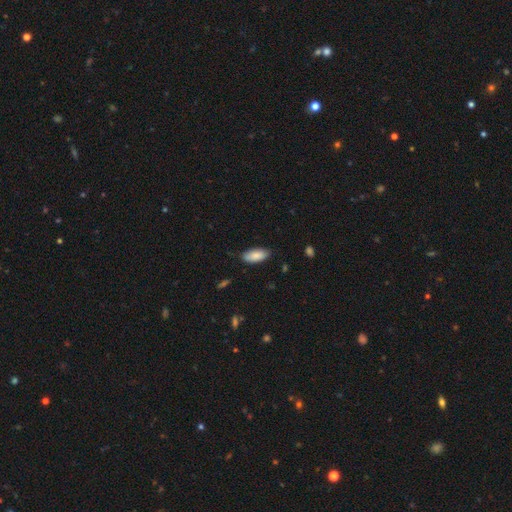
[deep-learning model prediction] A smooth galaxy with no disk features (85%) that is in between round and cigar-shaped (87%). Merging: none (79%).